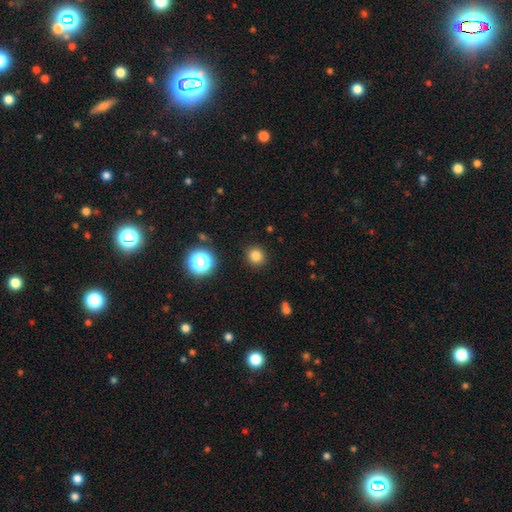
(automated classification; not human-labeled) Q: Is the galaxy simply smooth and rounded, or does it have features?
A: smooth — 81%.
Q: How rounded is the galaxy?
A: round — 89%.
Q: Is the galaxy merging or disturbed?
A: none — 91%.